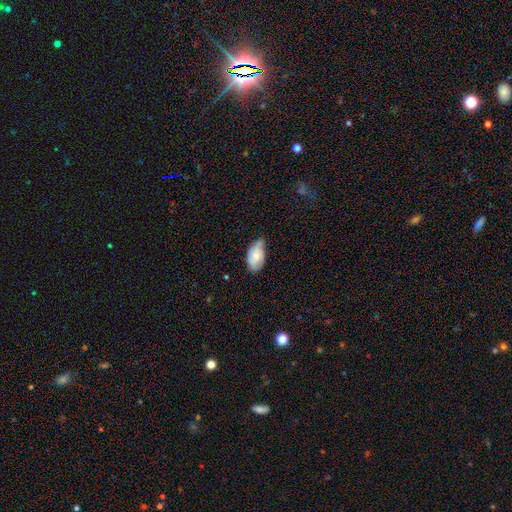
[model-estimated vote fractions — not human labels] A smooth galaxy with no disk features (63%) that is in between round and cigar-shaped (93%).

Vote fractions:
- Smooth or featured? smooth: 63% / featured or disk: 30% / star or artifact: 7%
- How rounded? in between: 93% / round: 4% / cigar-shaped: 3%
- Merging? none: 46% / minor disturbance: 42% / major disturbance: 11% / merger: 2%